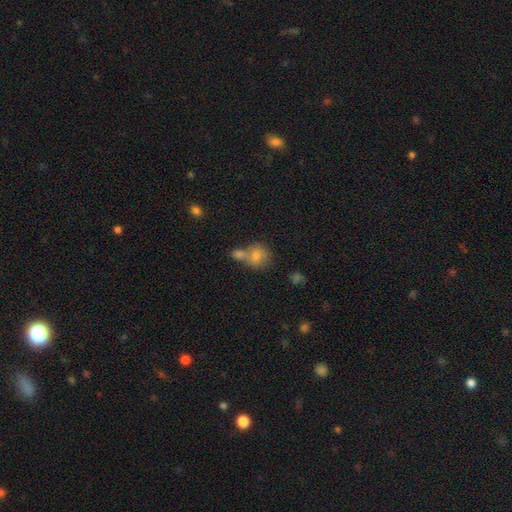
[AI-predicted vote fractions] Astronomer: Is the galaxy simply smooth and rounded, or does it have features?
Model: smooth — 76%.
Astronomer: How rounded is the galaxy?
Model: round — 69%.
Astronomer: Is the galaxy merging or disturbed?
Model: merger — 52% (runner-up: none, 33%).